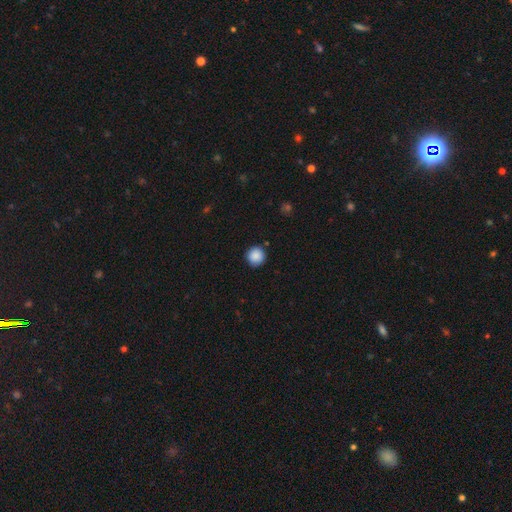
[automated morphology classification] A smooth galaxy with no disk features (88%) that is round (96%).

Vote fractions:
- Smooth or featured? smooth: 88% / star or artifact: 9% / featured or disk: 3%
- How rounded? round: 96% / in between: 3% / cigar-shaped: 1%
- Merging? none: 89% / minor disturbance: 8% / major disturbance: 2% / merger: 1%